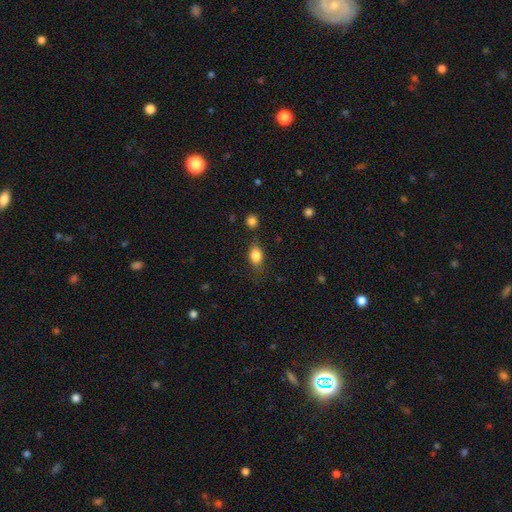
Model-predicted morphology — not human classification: Smooth or featured? Predicted: smooth (p=0.83). How rounded? Predicted: in between (p=0.70). Merging? Predicted: none (p=0.71).